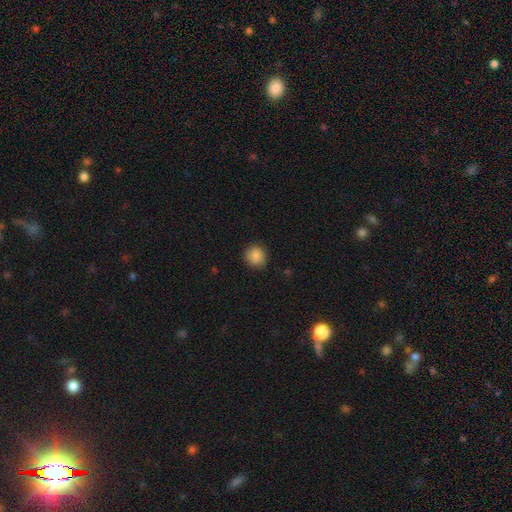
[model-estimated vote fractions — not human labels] smooth 88%, star or artifact 8%, featured or disk 4%. Down the decision tree: how rounded — round (88%); merging — none (88%).